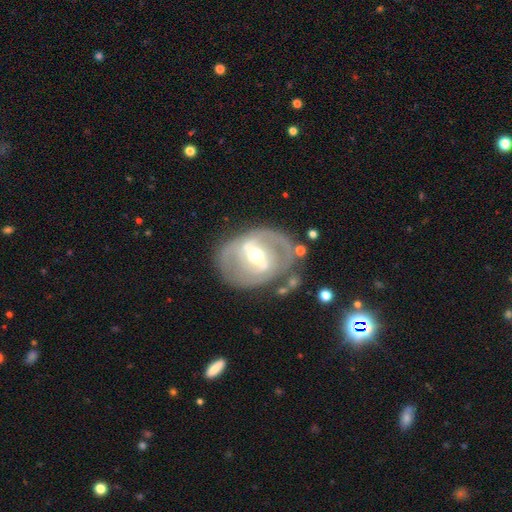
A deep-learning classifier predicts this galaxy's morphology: type=featured or disk (81%); edge-on=no (95%); bar=strong (53%); spiral arms=yes (69%); winding=medium (40%); arm count=2 (70%); bulge=moderate (66%); merging=none (66%).